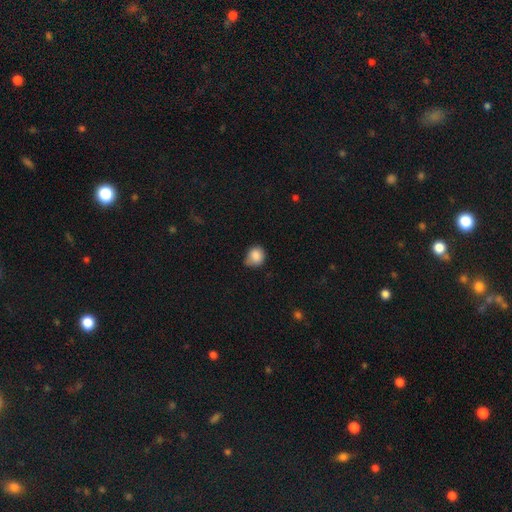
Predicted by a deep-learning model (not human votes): smooth-or-featured: smooth: 85% | star or artifact: 9% | featured or disk: 7%
  how-rounded: round: 72% | in between: 27% | cigar-shaped: 1%
  merging: none: 55% | minor disturbance: 37% | major disturbance: 6% | merger: 2%